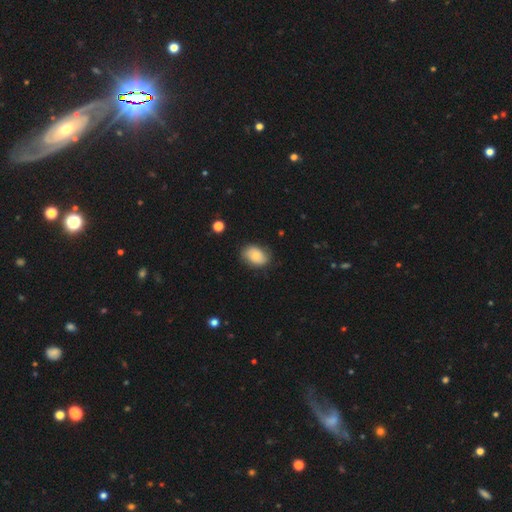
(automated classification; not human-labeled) This is likely a smooth galaxy (69%). How rounded: likely in between (80%). Merging: likely none (76%).